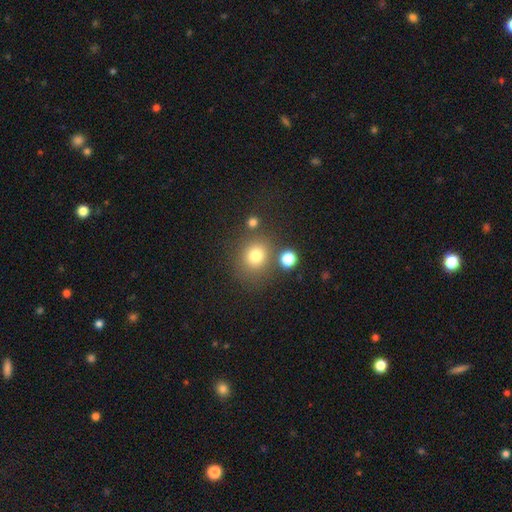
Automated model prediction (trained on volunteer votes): This appears to be a smooth galaxy with no disk features (77%) that is round (82%). Merging: none (73%).